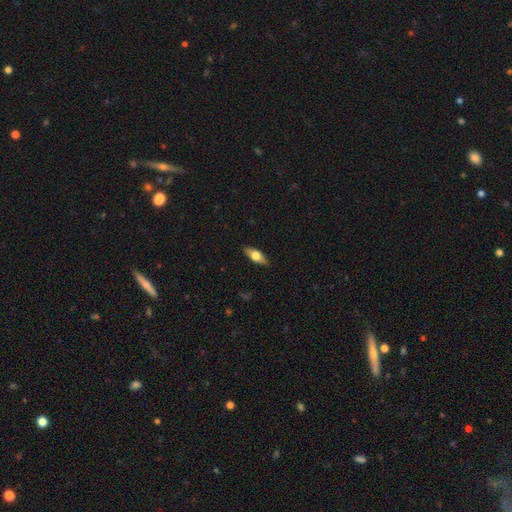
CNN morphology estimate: Smooth or featured?
  - smooth: 59% *
  - featured or disk: 35%
  - star or artifact: 6%
How rounded?
  - in between: 73% *
  - cigar-shaped: 23%
  - round: 3%
Merging?
  - none: 87% *
  - minor disturbance: 10%
  - major disturbance: 2%
  - merger: 1%